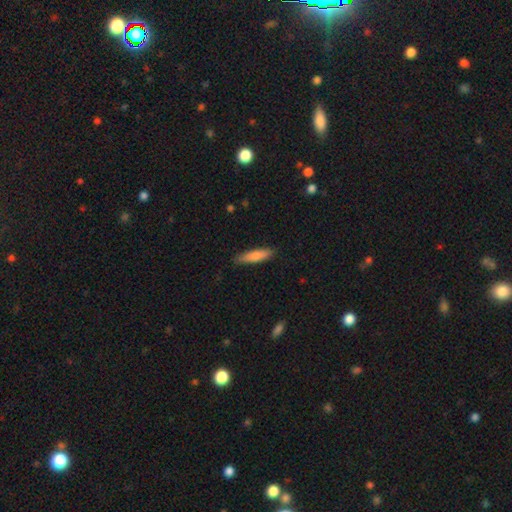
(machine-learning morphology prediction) Smooth or featured? Predicted: smooth (p=0.77). How rounded? Predicted: cigar-shaped (p=0.76). Merging? Predicted: none (p=0.85).